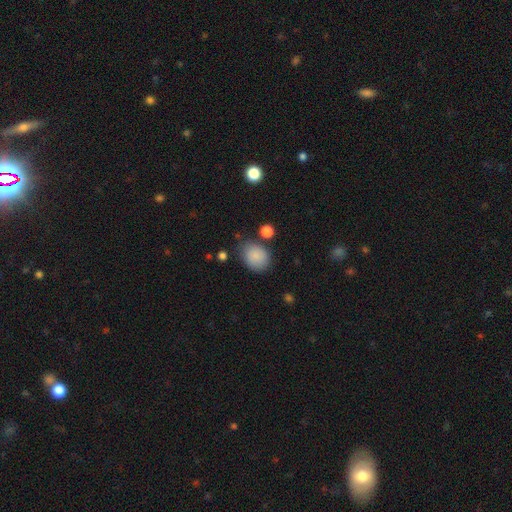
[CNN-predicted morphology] smooth-or-featured: smooth: 86% | star or artifact: 8% | featured or disk: 6%
  how-rounded: in between: 52% | round: 47% | cigar-shaped: 1%
  merging: none: 75% | minor disturbance: 16% | major disturbance: 5% | merger: 4%